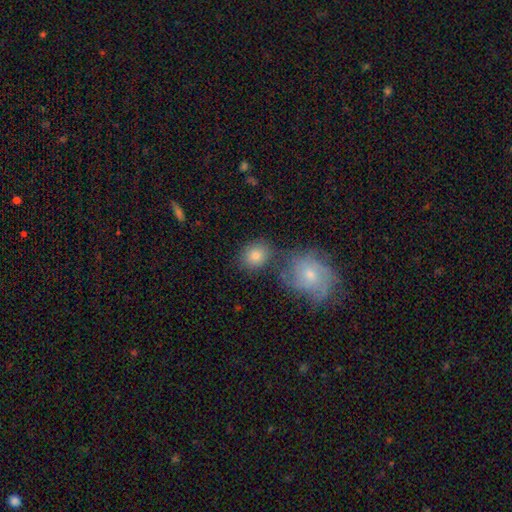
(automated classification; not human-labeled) Q: Smooth or featured?
A: smooth (77%); runner-up: featured or disk (15%)
Q: How rounded?
A: round (68%); runner-up: in between (31%)
Q: Merging?
A: none (65%); runner-up: merger (19%)